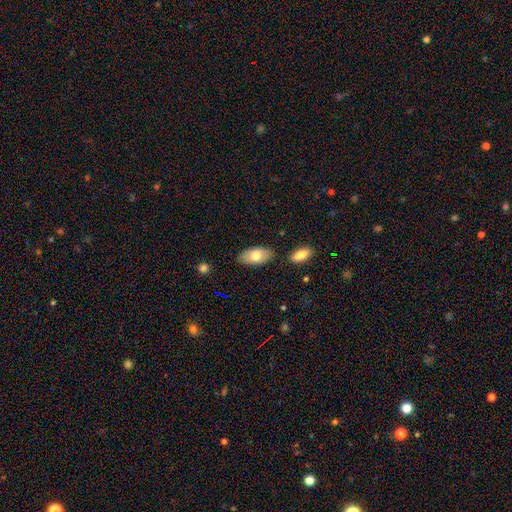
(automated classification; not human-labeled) smooth_or_featured: smooth (p=0.72) [alt: featured or disk p=0.22]
how_rounded: in between (p=0.94) [alt: round p=0.03]
merging: none (p=0.82) [alt: minor disturbance p=0.12]